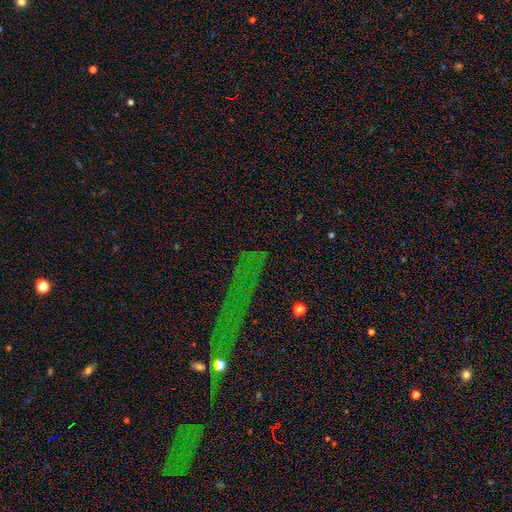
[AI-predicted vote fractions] Morphology: type=star or artifact (71%).